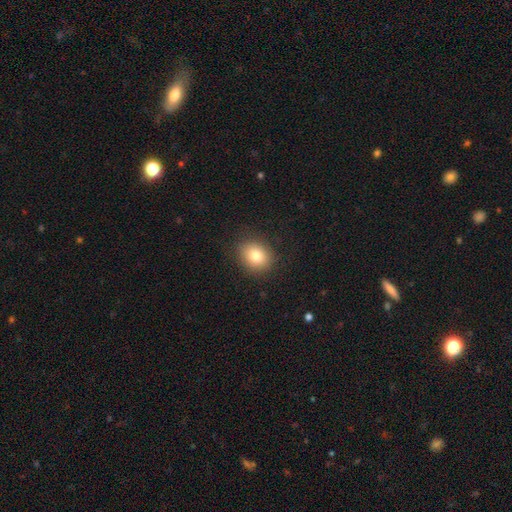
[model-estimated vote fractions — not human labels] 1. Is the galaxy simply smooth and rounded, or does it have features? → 81% smooth, 10% star or artifact, 9% featured or disk.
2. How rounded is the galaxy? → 66% round, 33% in between, 1% cigar-shaped.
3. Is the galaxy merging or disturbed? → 87% none, 9% minor disturbance, 3% major disturbance, 1% merger.